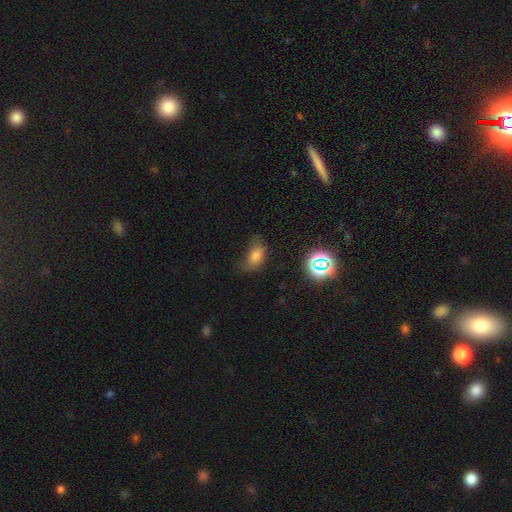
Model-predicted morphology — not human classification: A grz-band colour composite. It shows a smooth galaxy with no disk features (73%) that is in between round and cigar-shaped (88%). Merging: none (51%).